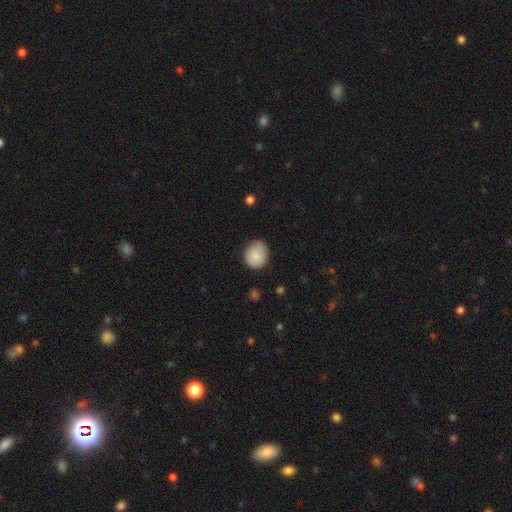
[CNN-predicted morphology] A smooth galaxy with no disk features (85%) that is round (75%).

Vote fractions:
- Smooth or featured? smooth: 85% / featured or disk: 8% / star or artifact: 7%
- How rounded? round: 75% / in between: 24% / cigar-shaped: 1%
- Merging? none: 80% / minor disturbance: 16% / major disturbance: 3% / merger: 1%